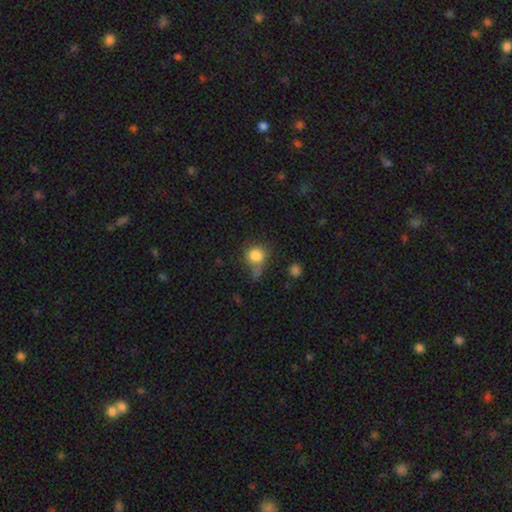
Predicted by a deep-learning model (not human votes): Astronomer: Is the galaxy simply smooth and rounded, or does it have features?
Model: smooth — 82%.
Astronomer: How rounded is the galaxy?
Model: round — 84%.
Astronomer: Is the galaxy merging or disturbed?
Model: none — 51%.